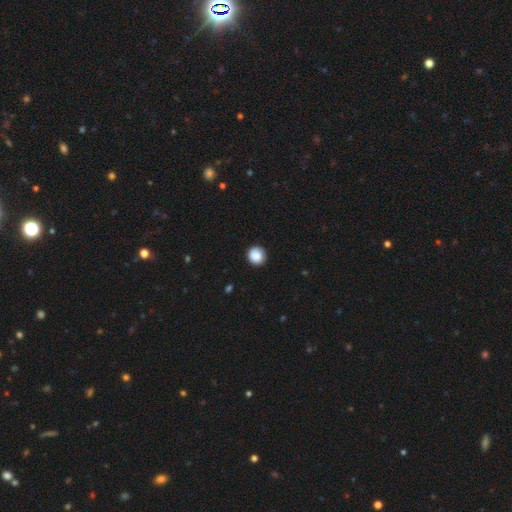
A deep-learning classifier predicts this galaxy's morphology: Overall: smooth (88%). How rounded: round (92%). Merging: none (90%).